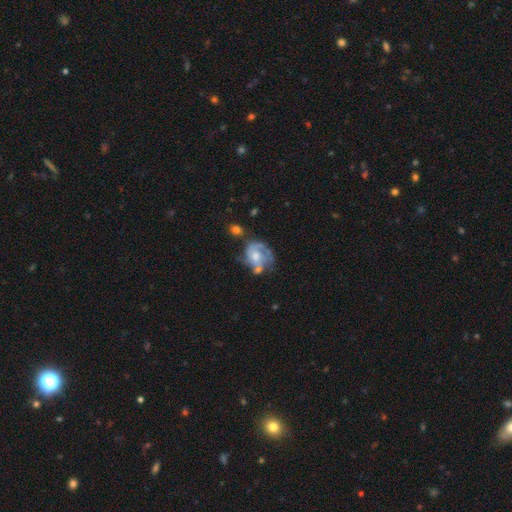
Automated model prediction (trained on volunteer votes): smooth-or-featured: featured or disk: 67% | smooth: 25% | star or artifact: 7%
  disk-edge-on: no: 98% | yes: 2%
    bar: no: 72% | weak: 24% | strong: 4%
    has-spiral-arms: yes: 71% | no: 29%
    bulge-size: moderate: 55% | small: 27% | large: 9% | none: 8% | dominant: 1%
  merging: none: 35% | major disturbance: 27% | minor disturbance: 24% | merger: 14%